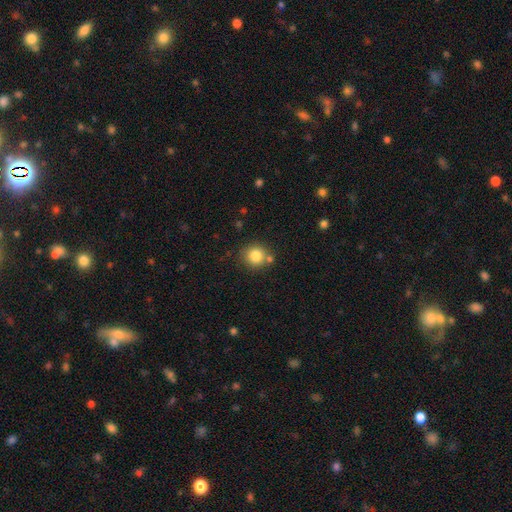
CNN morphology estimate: Smooth or featured? Predicted: smooth (p=0.82). How rounded? Predicted: round (p=0.90). Merging? Predicted: none (p=0.76).